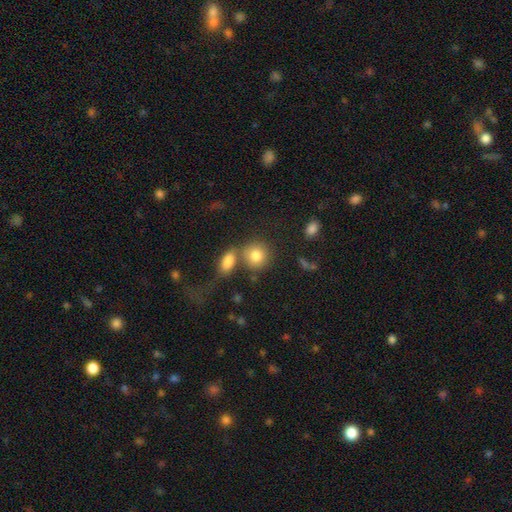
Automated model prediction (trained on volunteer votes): This is clearly a smooth galaxy (82%). How rounded: likely round (76%). Merging: possibly none (52%).